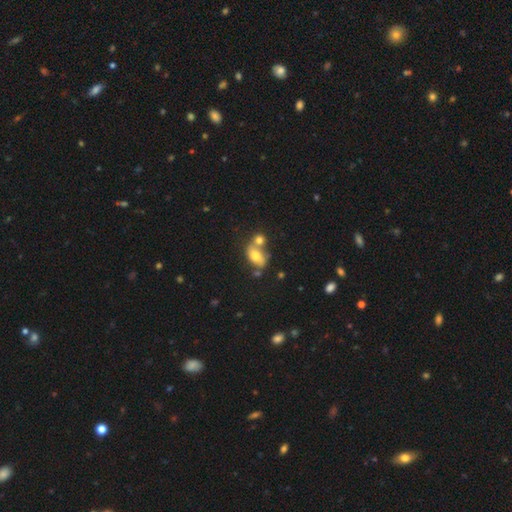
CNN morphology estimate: Q: Smooth or featured?
A: smooth (68%); runner-up: featured or disk (23%)
Q: How rounded?
A: in between (82%); runner-up: round (14%)
Q: Merging?
A: merger (45%); runner-up: none (34%)